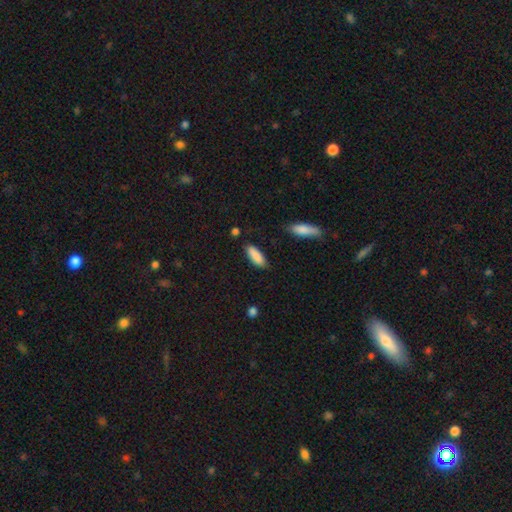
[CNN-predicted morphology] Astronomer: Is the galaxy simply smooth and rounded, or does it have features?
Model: smooth — 89%.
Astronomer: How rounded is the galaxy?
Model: in between — 67%.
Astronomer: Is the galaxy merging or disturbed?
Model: none — 81%.